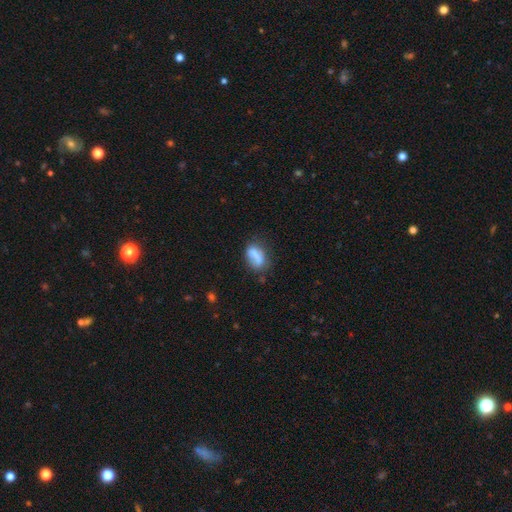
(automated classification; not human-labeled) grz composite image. It shows a smooth galaxy with no disk features (69%) that is in between round and cigar-shaped (79%). Merging: none (44%).